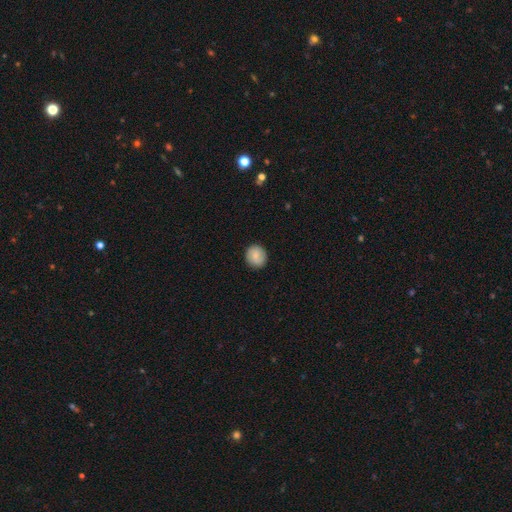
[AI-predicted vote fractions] Overall: smooth (78%). How rounded: round (86%). Merging: none (89%).